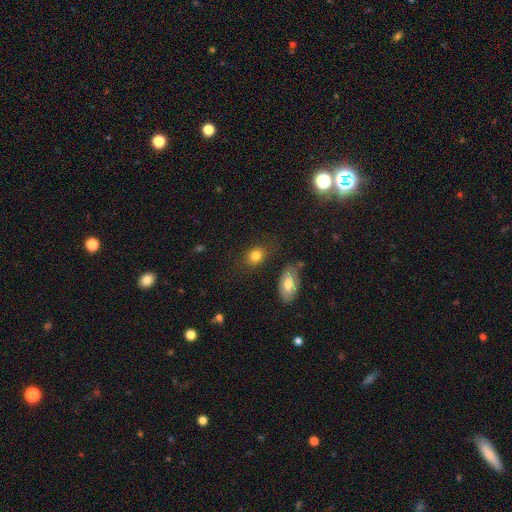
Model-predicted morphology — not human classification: The model was most divided on "how rounded": in between: 63%, round: 36%, cigar-shaped: 2%. More confident: smooth or featured — smooth (81%); merging — none (74%).